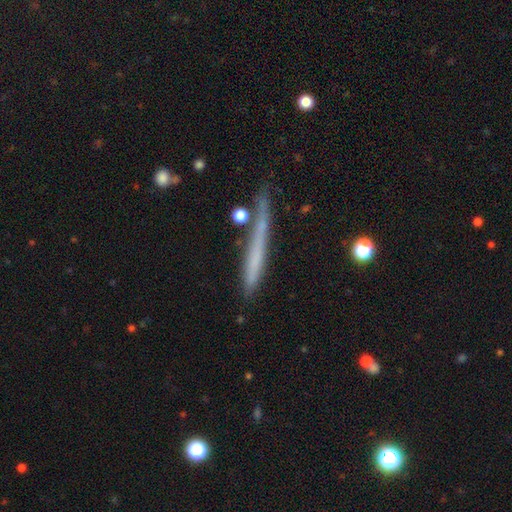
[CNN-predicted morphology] smooth 53%, featured or disk 39%, star or artifact 8%. Down the decision tree: how rounded — cigar-shaped (96%); merging — none (76%).